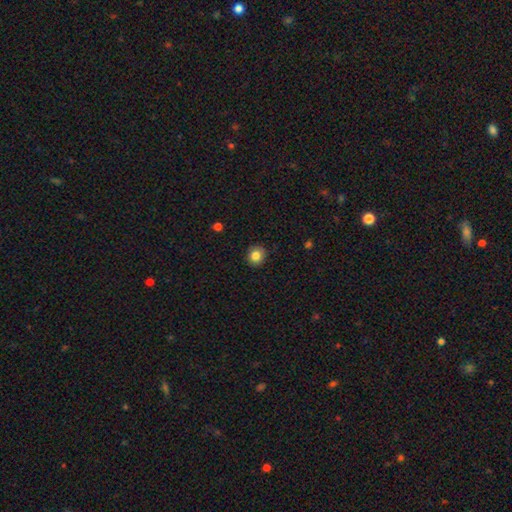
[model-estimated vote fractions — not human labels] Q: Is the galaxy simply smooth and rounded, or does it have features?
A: smooth — 83%.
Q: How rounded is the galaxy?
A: round — 85%.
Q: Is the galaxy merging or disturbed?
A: none — 90%.